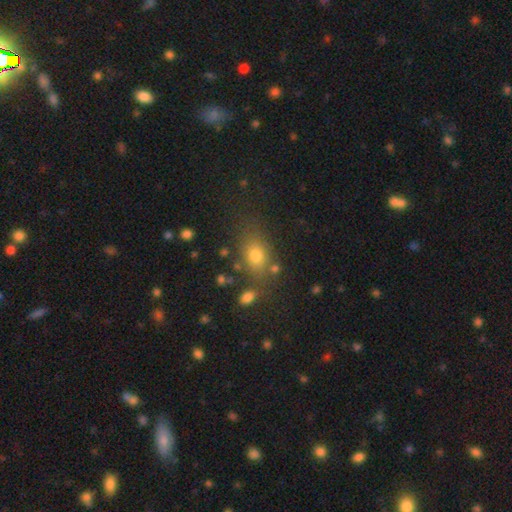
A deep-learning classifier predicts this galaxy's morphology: Q: Smooth or featured?
A: smooth (75%); runner-up: star or artifact (14%)
Q: How rounded?
A: in between (70%); runner-up: round (27%)
Q: Merging?
A: none (70%); runner-up: minor disturbance (16%)